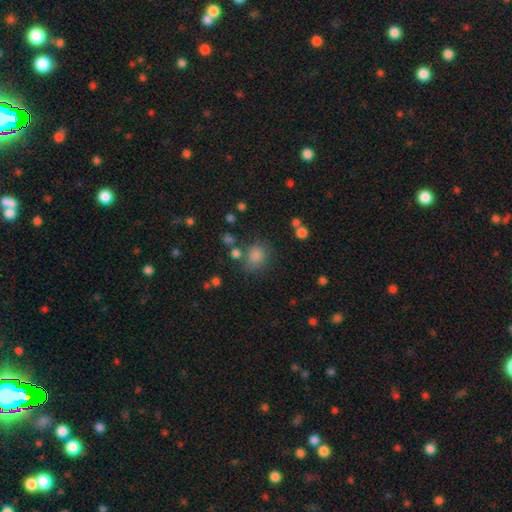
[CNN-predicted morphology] smooth-or-featured: smooth: 77% | star or artifact: 16% | featured or disk: 6%
  how-rounded: round: 70% | in between: 29% | cigar-shaped: 1%
  merging: none: 73% | minor disturbance: 14% | merger: 7% | major disturbance: 6%